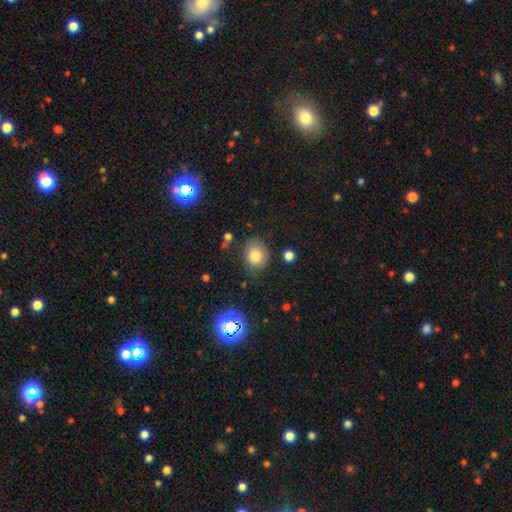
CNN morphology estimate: Smooth or featured? smooth (79%)
How rounded? round (68%)
Merging? none (76%)